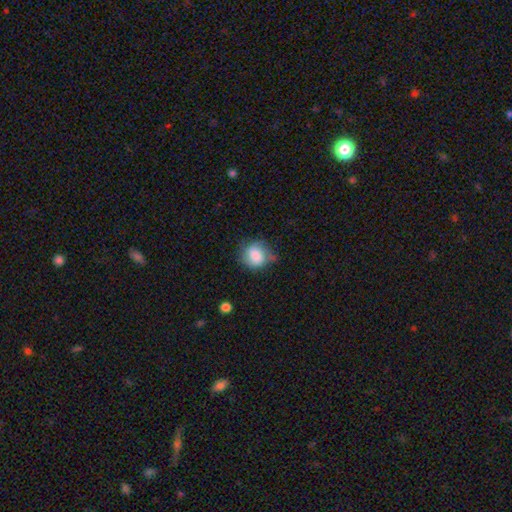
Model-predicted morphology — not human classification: type=smooth (71%); roundness=round (73%); merging=none (48%).